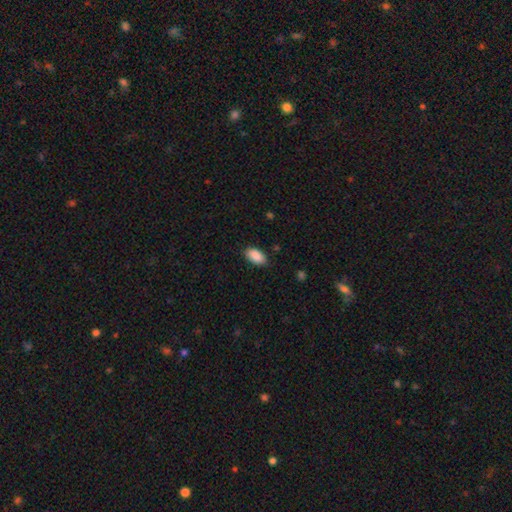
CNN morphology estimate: smooth-or-featured: smooth: 90% | star or artifact: 7% | featured or disk: 3%
  how-rounded: in between: 94% | round: 3% | cigar-shaped: 3%
  merging: none: 83% | minor disturbance: 14% | major disturbance: 3% | merger: 1%